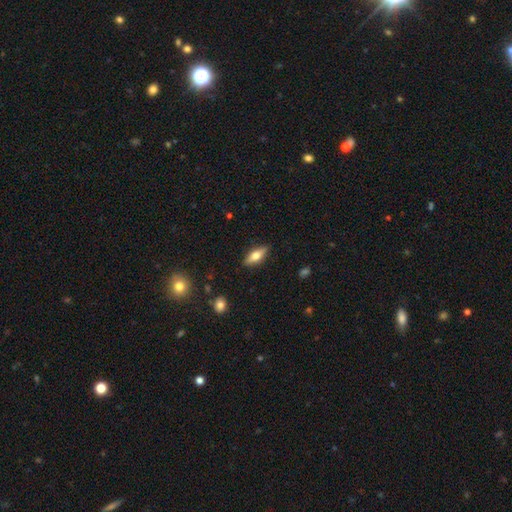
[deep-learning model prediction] smooth_or_featured: smooth (p=0.58) [alt: featured or disk p=0.35]
how_rounded: in between (p=0.65) [alt: cigar-shaped p=0.32]
merging: none (p=0.85) [alt: minor disturbance p=0.11]